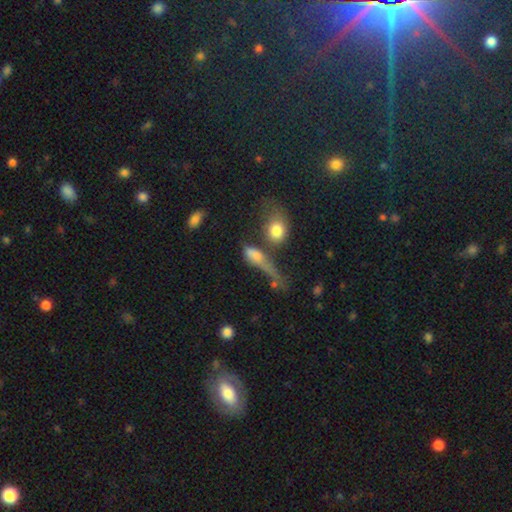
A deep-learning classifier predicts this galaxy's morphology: A smooth galaxy with no disk features (61%) that is in between round and cigar-shaped (50%).

Vote fractions:
- Smooth or featured? smooth: 61% / featured or disk: 26% / star or artifact: 13%
- How rounded? in between: 50% / cigar-shaped: 35% / round: 16%
- Merging? merger: 32% / none: 26% / major disturbance: 25% / minor disturbance: 17%